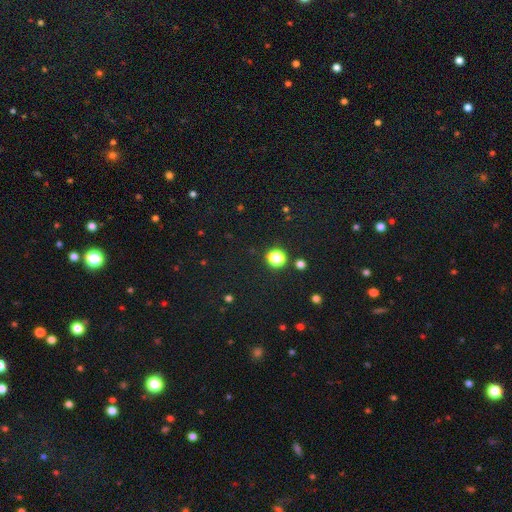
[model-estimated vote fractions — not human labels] Smooth or featured? Predicted: star or artifact (p=0.68).